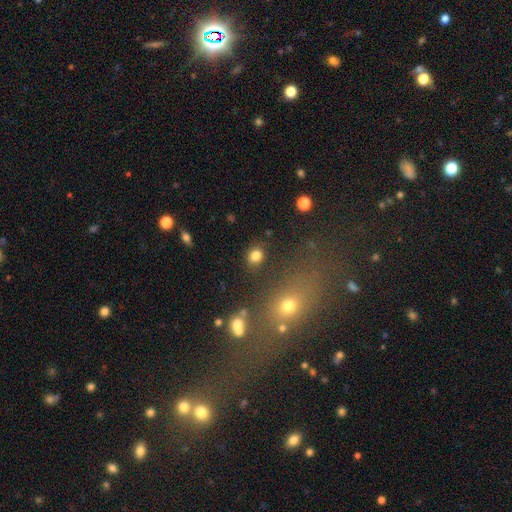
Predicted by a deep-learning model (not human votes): Smooth or featured?
  - smooth: 81% *
  - star or artifact: 13%
  - featured or disk: 6%
How rounded?
  - round: 64% *
  - in between: 34%
  - cigar-shaped: 1%
Merging?
  - none: 84% *
  - minor disturbance: 9%
  - merger: 4%
  - major disturbance: 3%